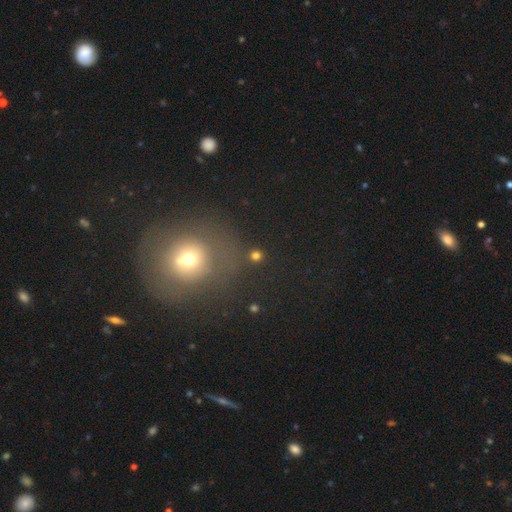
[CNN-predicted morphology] The model was most divided on "smooth or featured": smooth: 73%, star or artifact: 21%, featured or disk: 6%. More confident: how rounded — round (90%); merging — none (84%).